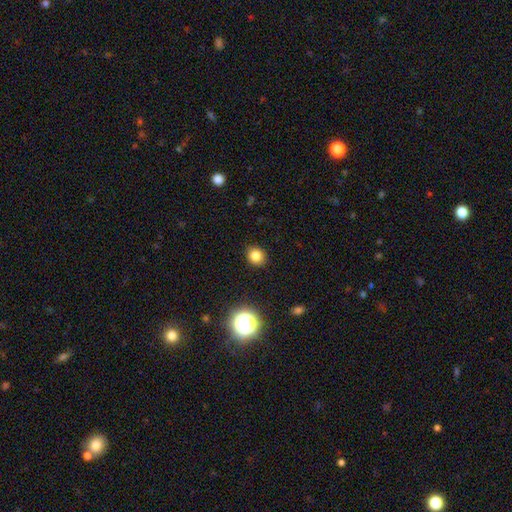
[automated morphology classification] This is clearly a smooth galaxy (81%). How rounded: likely round (80%). Merging: clearly none (91%).